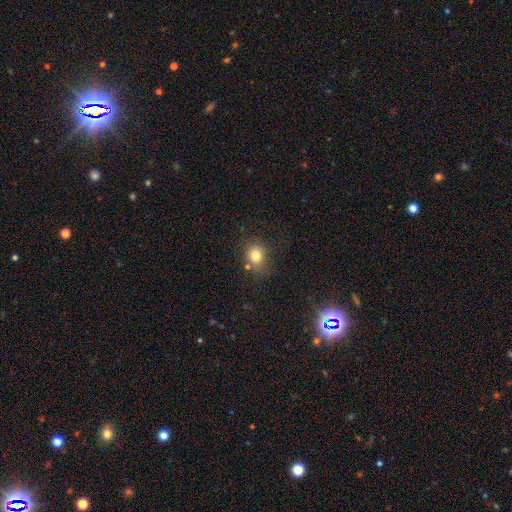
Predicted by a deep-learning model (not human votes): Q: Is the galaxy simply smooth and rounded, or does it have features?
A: smooth — 80%.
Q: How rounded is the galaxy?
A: round — 65%.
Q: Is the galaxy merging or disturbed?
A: none — 71%.